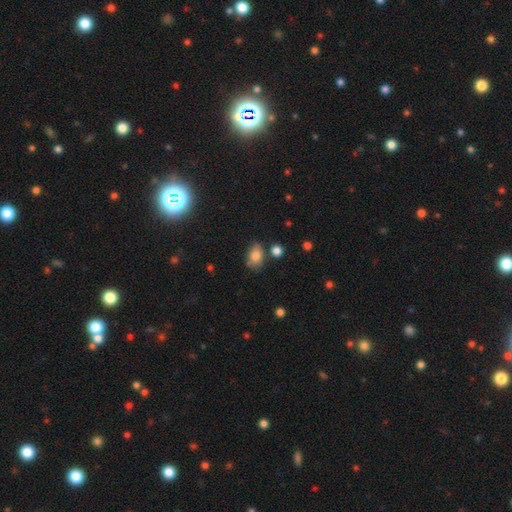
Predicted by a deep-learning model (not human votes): smooth_or_featured: smooth (p=0.79) [alt: featured or disk p=0.11]
how_rounded: in between (p=0.79) [alt: round p=0.20]
merging: none (p=0.69) [alt: minor disturbance p=0.18]